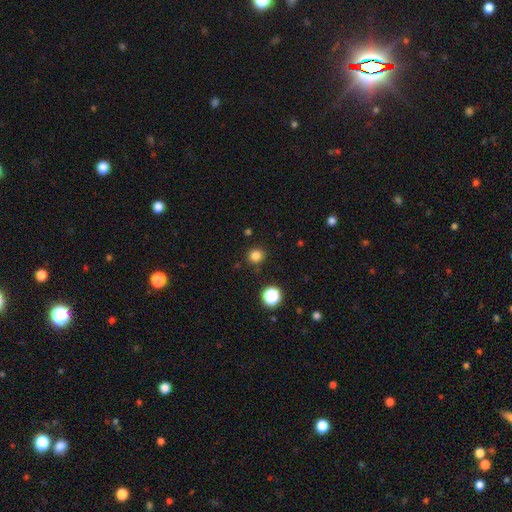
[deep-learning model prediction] smooth_or_featured: smooth (p=0.81) [alt: star or artifact p=0.15]
how_rounded: round (p=0.89) [alt: in between p=0.10]
merging: none (p=0.88) [alt: minor disturbance p=0.07]